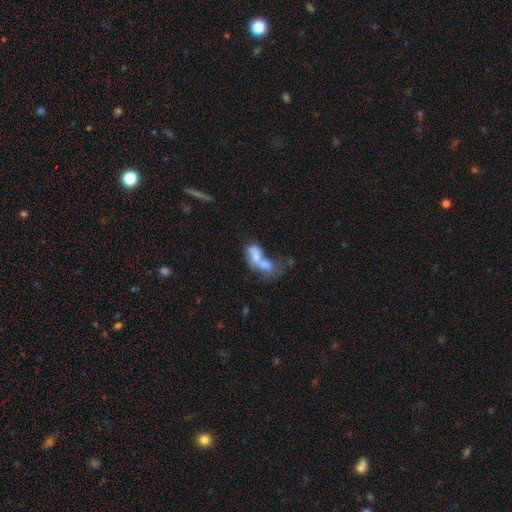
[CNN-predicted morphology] smooth 61%, featured or disk 29%, star or artifact 9%. Down the decision tree: how rounded — in between (80%); merging — merger (73%).